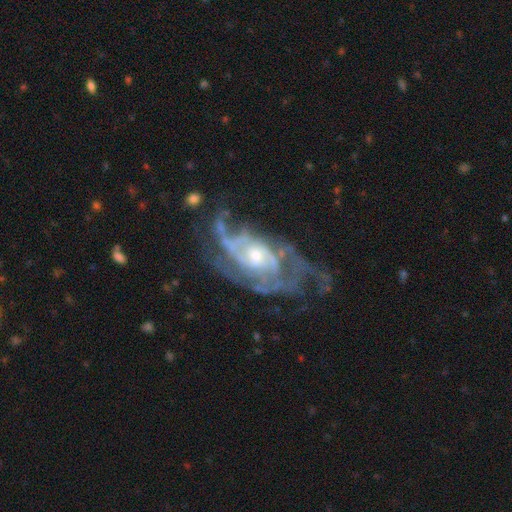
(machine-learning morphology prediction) featured or disk 88%, star or artifact 6%, smooth 6%. Down the decision tree: edge-on disk — no (96%); bar — no (68%); spiral arms — yes (94%); spiral arm count — can't tell (34%); spiral winding — tight (49%); bulge size — moderate (48%); merging — none (52%).